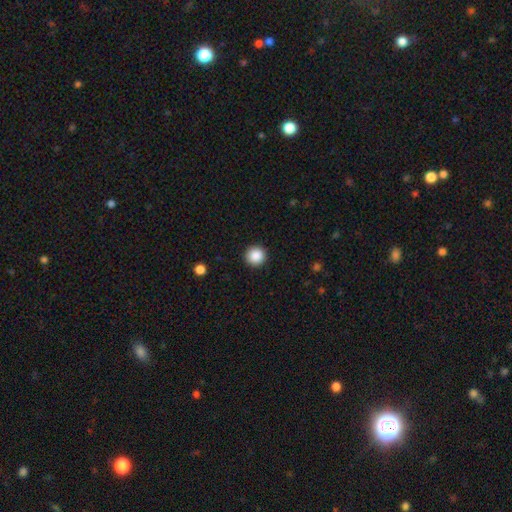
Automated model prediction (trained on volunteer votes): smooth 88%, star or artifact 9%, featured or disk 3%. Down the decision tree: how rounded — round (96%); merging — none (93%).